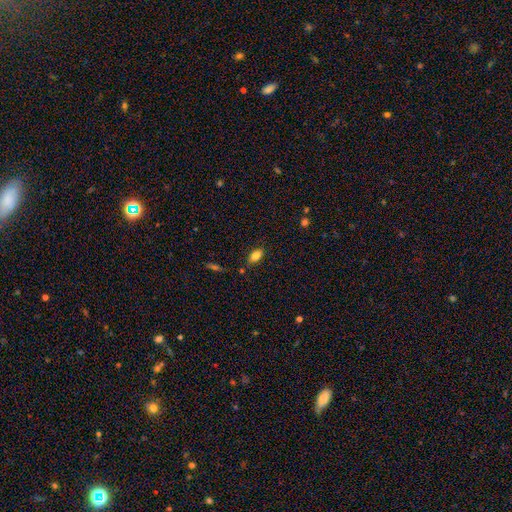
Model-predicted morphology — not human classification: Smooth or featured?
  - smooth: 82% *
  - star or artifact: 9%
  - featured or disk: 8%
How rounded?
  - in between: 89% *
  - cigar-shaped: 6%
  - round: 6%
Merging?
  - none: 80% *
  - minor disturbance: 13%
  - merger: 4%
  - major disturbance: 3%